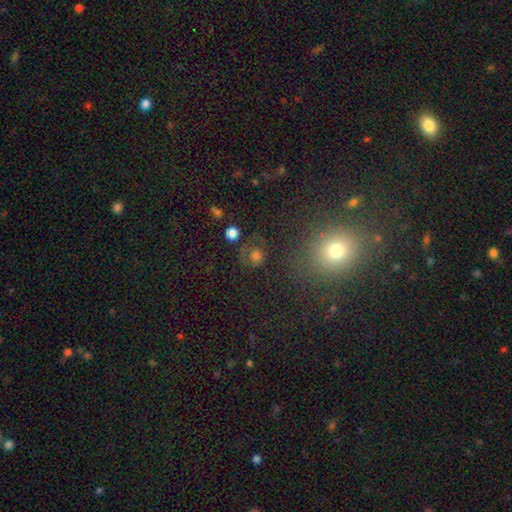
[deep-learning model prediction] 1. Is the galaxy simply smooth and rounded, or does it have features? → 68% smooth, 20% star or artifact, 12% featured or disk.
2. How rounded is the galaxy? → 86% round, 13% in between, 1% cigar-shaped.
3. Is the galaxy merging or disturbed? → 66% none, 16% minor disturbance, 12% major disturbance, 5% merger.